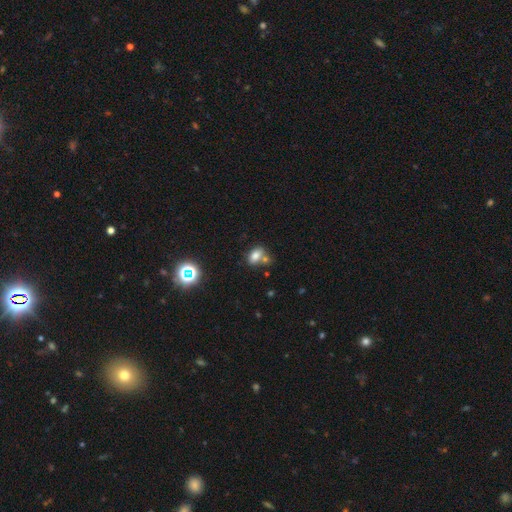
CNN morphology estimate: smooth-or-featured: smooth: 76% | star or artifact: 13% | featured or disk: 10%
  how-rounded: in between: 82% | round: 16% | cigar-shaped: 2%
  merging: none: 52% | merger: 30% | minor disturbance: 14% | major disturbance: 5%